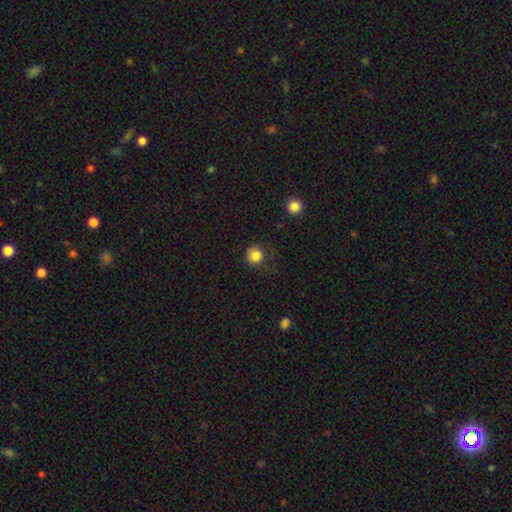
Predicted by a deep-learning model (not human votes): Smooth or featured?
  - smooth: 84% *
  - star or artifact: 11%
  - featured or disk: 5%
How rounded?
  - round: 91% *
  - in between: 8%
  - cigar-shaped: 1%
Merging?
  - none: 74% *
  - minor disturbance: 17%
  - major disturbance: 7%
  - merger: 2%